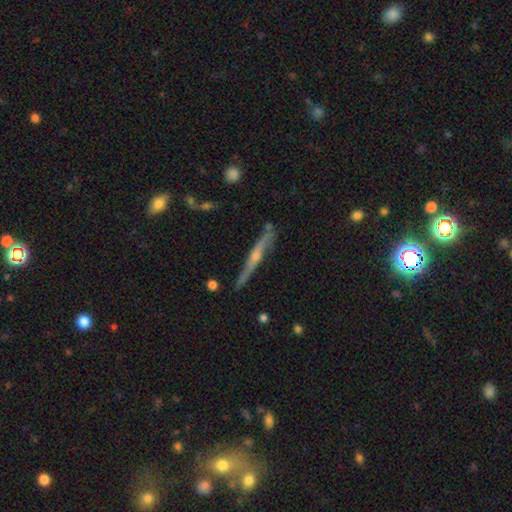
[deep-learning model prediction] A featured or disk galaxy (74%) viewed edge-on (94%) with a rounded central bulge (74%). Merging: none (78%).